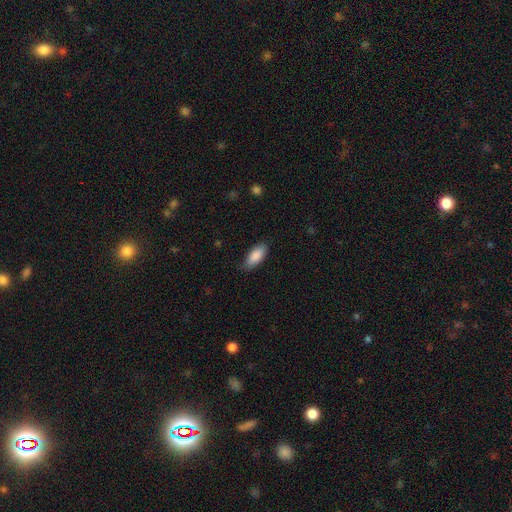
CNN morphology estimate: A smooth galaxy with no disk features (88%) that is in between round and cigar-shaped (87%). Merging: none (79%).